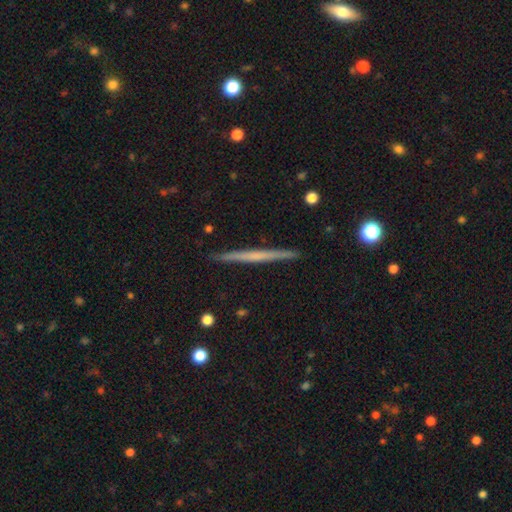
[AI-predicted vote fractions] Overall: featured or disk (56%; smooth 39%). Edge-on disk: yes (98%). Edge-on bulge: none (85%). Merging: none (92%).